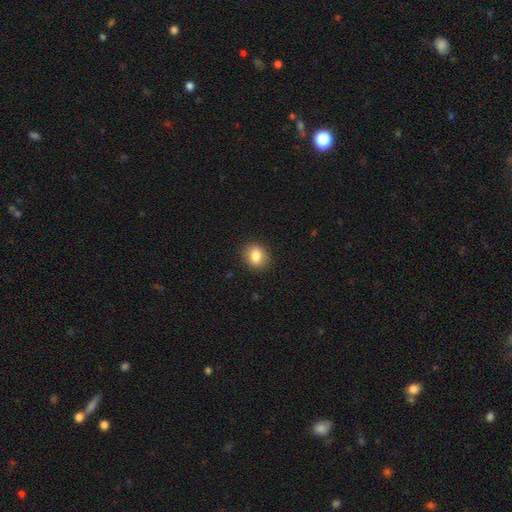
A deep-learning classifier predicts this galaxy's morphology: smooth_or_featured: smooth (p=0.84) [alt: star or artifact p=0.09]
how_rounded: round (p=0.64) [alt: in between p=0.35]
merging: none (p=0.89) [alt: minor disturbance p=0.08]